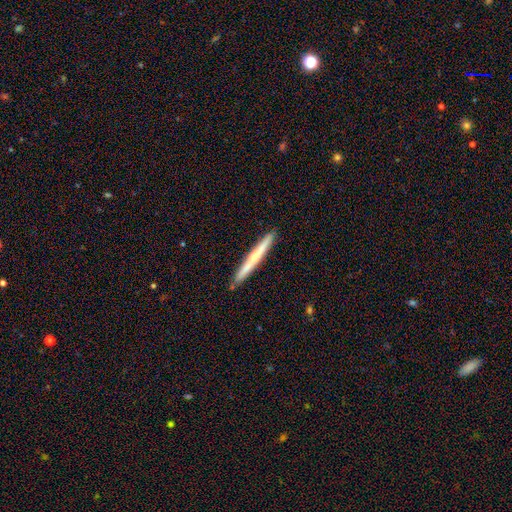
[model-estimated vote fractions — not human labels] Smooth or featured?
  - smooth: 49% *
  - featured or disk: 46%
  - star or artifact: 5%
Merging?
  - none: 91% *
  - minor disturbance: 6%
  - merger: 1%
  - major disturbance: 1%